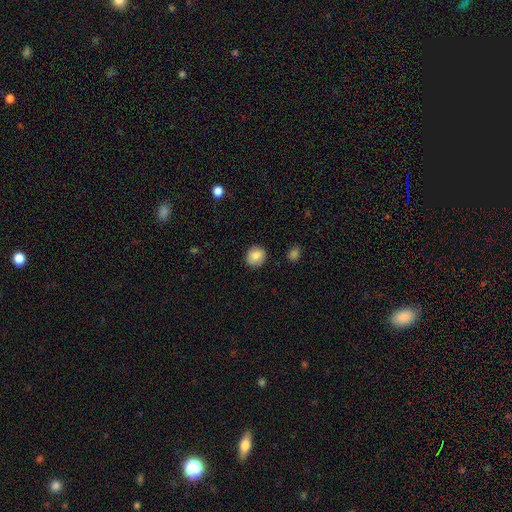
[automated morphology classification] A smooth galaxy with no disk features (84%) that is round (78%).

Vote fractions:
- Smooth or featured? smooth: 84% / star or artifact: 8% / featured or disk: 8%
- How rounded? round: 78% / in between: 21% / cigar-shaped: 1%
- Merging? none: 87% / minor disturbance: 9% / major disturbance: 2% / merger: 1%